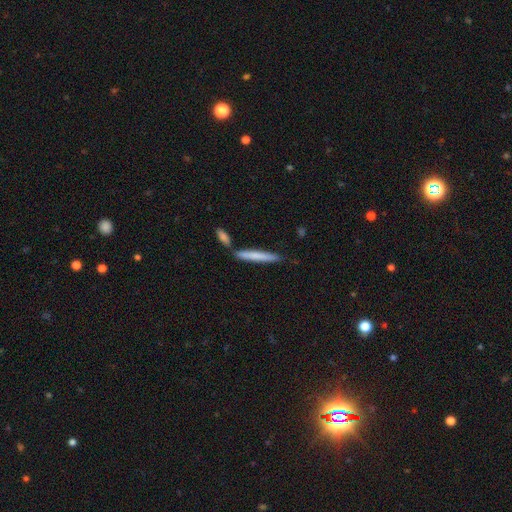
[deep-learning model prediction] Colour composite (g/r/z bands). It shows a smooth galaxy with no disk features (70%) that is cigar-shaped (94%). Merging: none (75%).